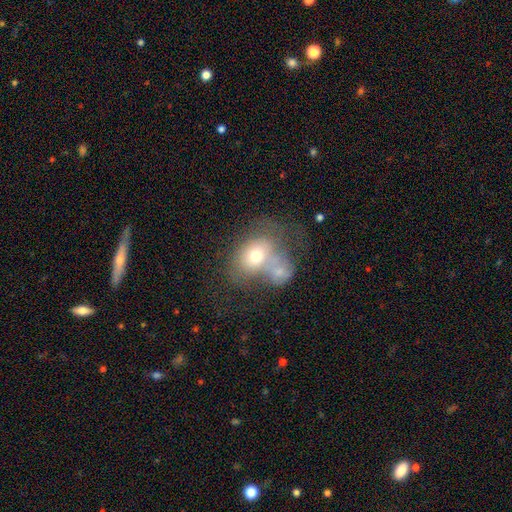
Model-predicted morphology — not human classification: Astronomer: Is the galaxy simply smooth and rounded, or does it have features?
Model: smooth — 62%.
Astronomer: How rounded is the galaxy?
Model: in between — 59% (runner-up: round, 40%).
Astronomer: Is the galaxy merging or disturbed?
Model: merger — 59%.